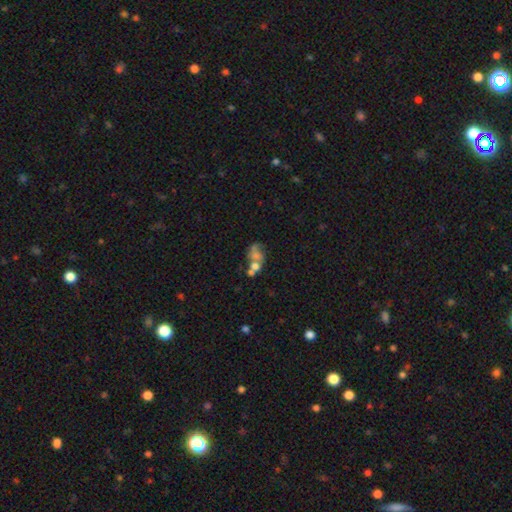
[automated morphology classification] A featured or disk galaxy (43%). Merging: merger (35%).